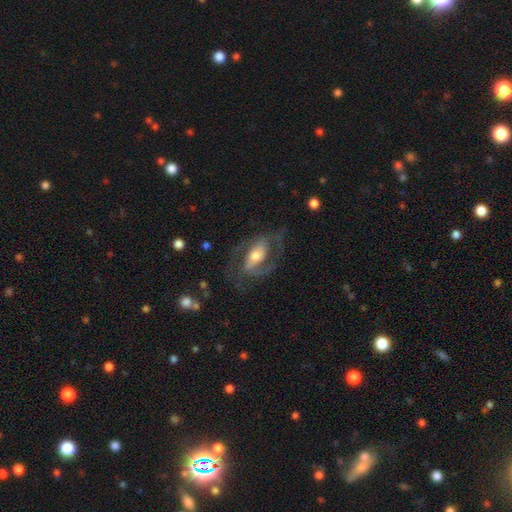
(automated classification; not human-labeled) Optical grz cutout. It shows a featured or disk galaxy (78%) with a weak bar (36%, tied with strong), 2 (81%) medium (52%) spiral arms (88%) and a moderate central bulge (62%). Merging: none (62%).